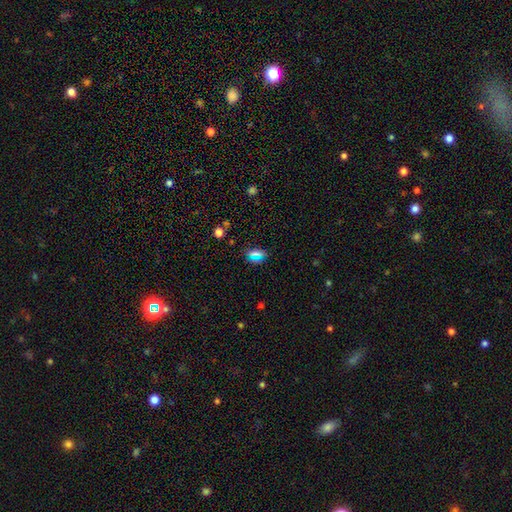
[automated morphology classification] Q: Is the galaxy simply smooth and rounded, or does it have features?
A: smooth — 61%.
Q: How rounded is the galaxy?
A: in between — 45%.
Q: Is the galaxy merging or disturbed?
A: none — 83%.